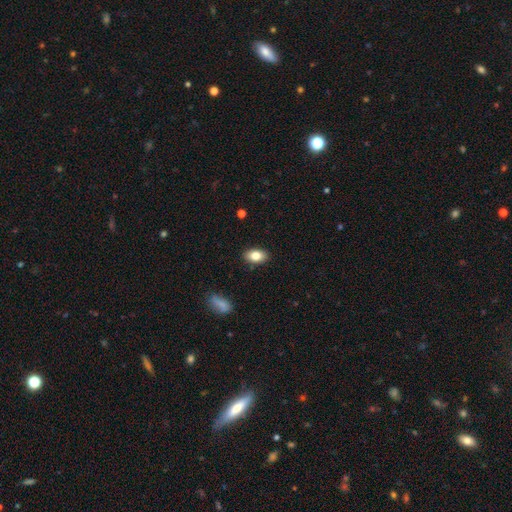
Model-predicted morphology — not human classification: smooth 82%, featured or disk 10%, star or artifact 8%. Down the decision tree: how rounded — in between (89%); merging — none (88%).